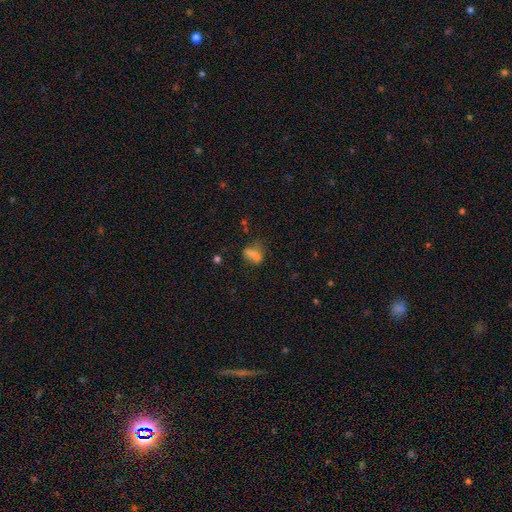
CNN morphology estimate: This is likely a smooth galaxy (74%). How rounded: likely in between (72%). Merging: possibly none (49%).